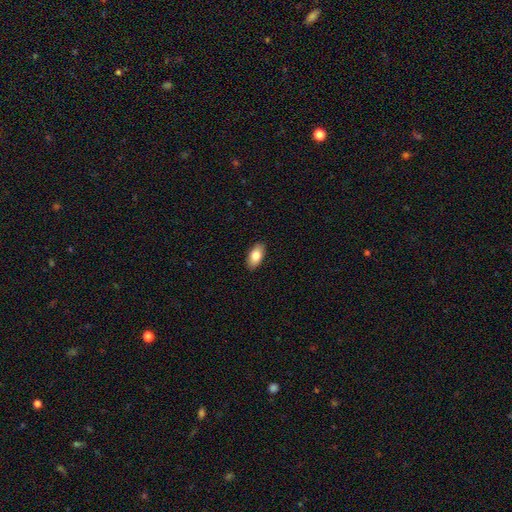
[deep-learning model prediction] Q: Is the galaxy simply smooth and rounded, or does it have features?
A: smooth — 82%.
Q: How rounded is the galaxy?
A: in between — 92%.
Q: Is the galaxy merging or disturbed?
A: none — 90%.